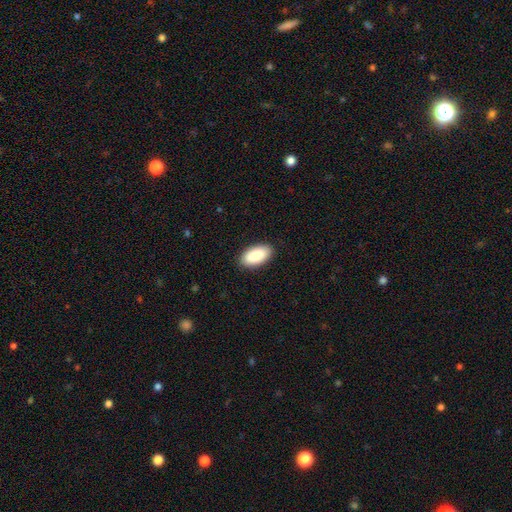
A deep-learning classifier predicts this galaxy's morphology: A smooth galaxy with no disk features (88%) that is in between round and cigar-shaped (95%).

Vote fractions:
- Smooth or featured? smooth: 88% / featured or disk: 6% / star or artifact: 6%
- How rounded? in between: 95% / cigar-shaped: 3% / round: 2%
- Merging? none: 89% / minor disturbance: 8% / major disturbance: 2% / merger: 1%